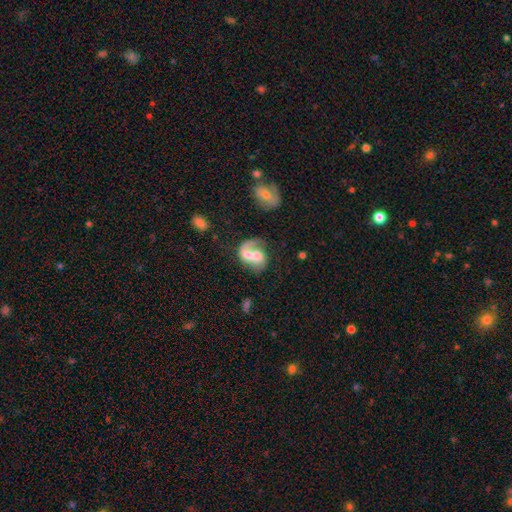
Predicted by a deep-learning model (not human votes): This appears to be a featured or disk galaxy (62%) with no bar (60%), spiral arms (73%) and a moderate central bulge (49%). Merging: merger (57%).